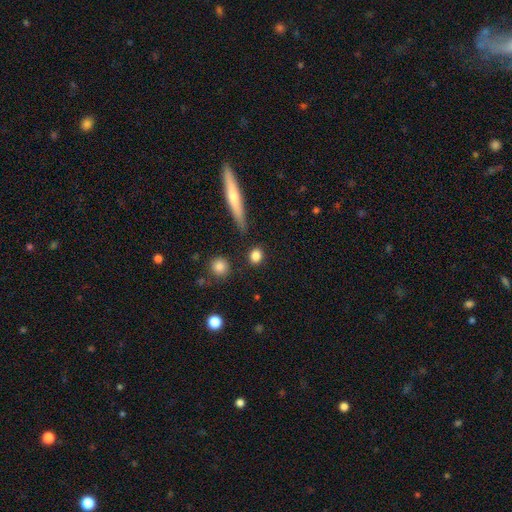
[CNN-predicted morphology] Q: Smooth or featured?
A: smooth (84%); runner-up: star or artifact (10%)
Q: How rounded?
A: round (70%); runner-up: in between (26%)
Q: Merging?
A: none (87%); runner-up: minor disturbance (7%)